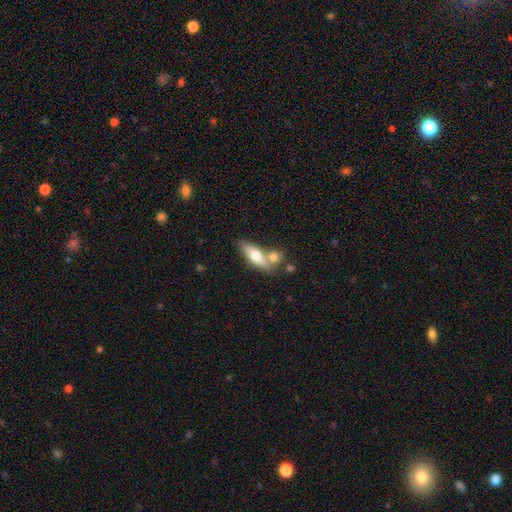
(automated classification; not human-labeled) Smooth or featured: smooth — 65% (featured or disk — 29%)
How rounded: in between — 61% (cigar-shaped — 35%)
Merging: none — 51% (merger — 34%)